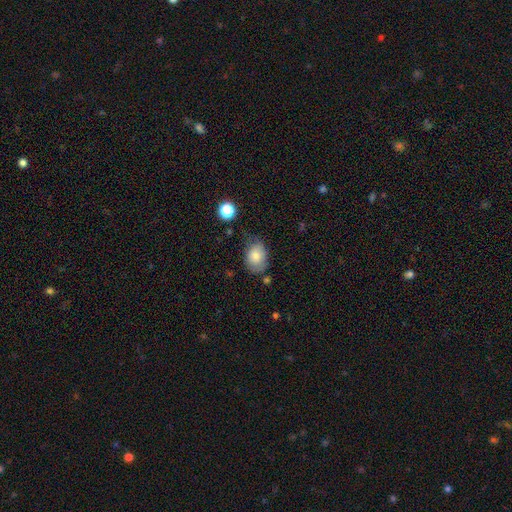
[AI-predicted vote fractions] Overall: smooth (79%). How rounded: in between (71%). Merging: none (56%; minor disturbance 31%).